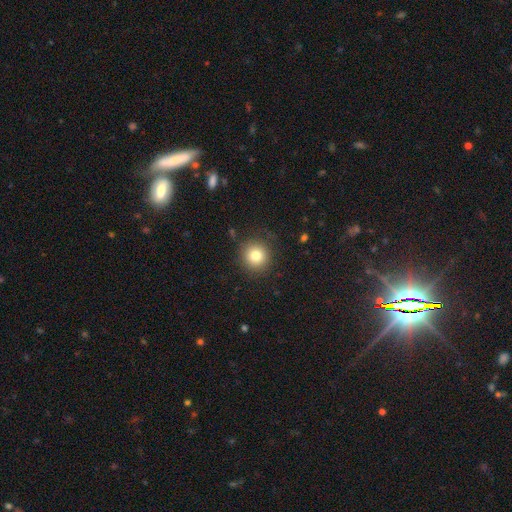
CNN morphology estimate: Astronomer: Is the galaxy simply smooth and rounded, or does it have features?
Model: smooth — 79%.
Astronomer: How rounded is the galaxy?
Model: round — 93%.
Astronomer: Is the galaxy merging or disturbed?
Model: none — 87%.